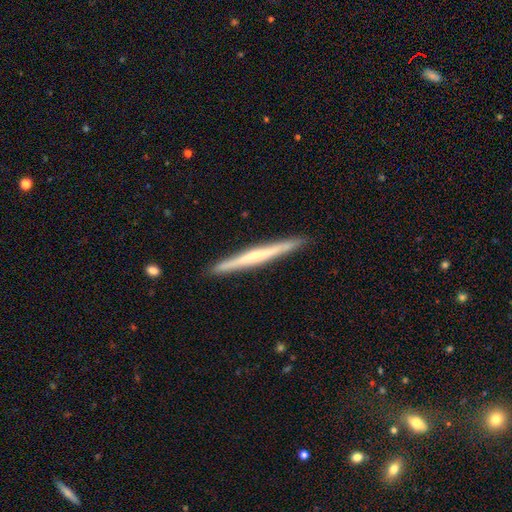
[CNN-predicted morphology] Smooth or featured: featured or disk — 61% (smooth — 32%)
Edge-on disk: yes — 98% (no — 2%)
Edge-on bulge: none — 50% (rounded — 42%)
Merging: none — 92% (minor disturbance — 6%)